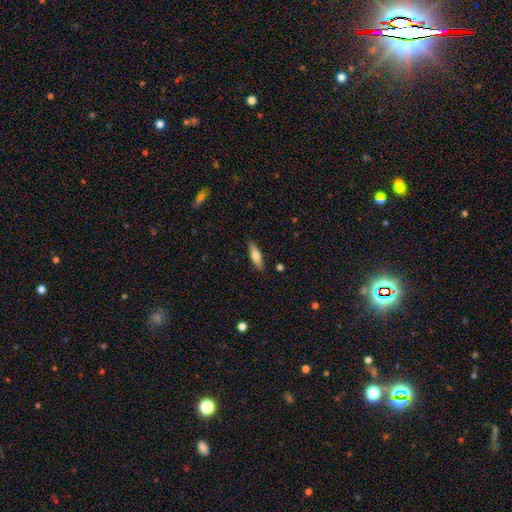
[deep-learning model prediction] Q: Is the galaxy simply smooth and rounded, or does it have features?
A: smooth — 63%.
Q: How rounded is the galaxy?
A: cigar-shaped — 56%.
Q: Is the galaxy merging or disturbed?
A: none — 87%.